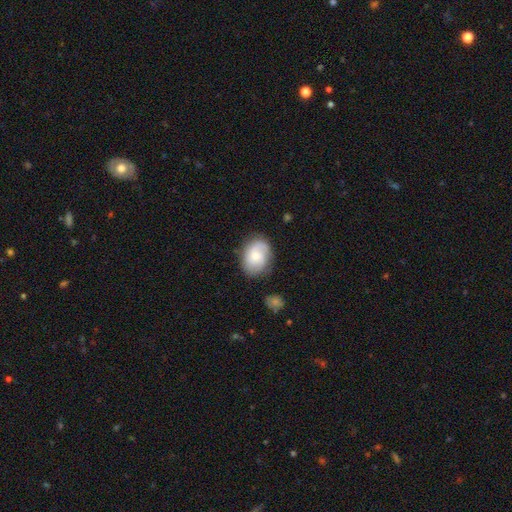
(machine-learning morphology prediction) Q: Smooth or featured?
A: featured or disk (58%); runner-up: smooth (35%)
Q: Edge-on disk?
A: no (97%); runner-up: yes (3%)
Q: Bar?
A: no (70%); runner-up: weak (27%)
Q: Spiral arms?
A: yes (88%); runner-up: no (12%)
Q: Bulge size?
A: moderate (51%); runner-up: small (43%)
Q: Merging?
A: none (75%); runner-up: minor disturbance (18%)